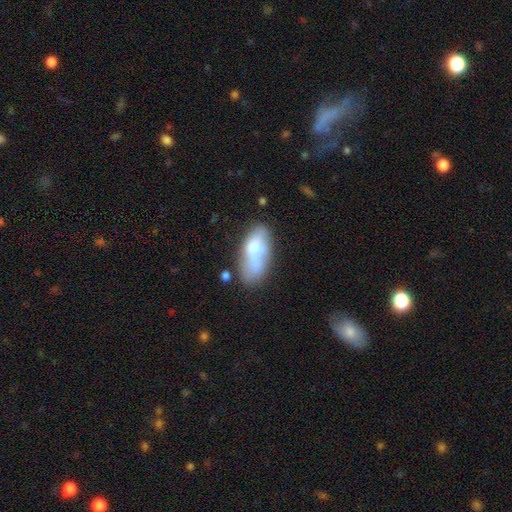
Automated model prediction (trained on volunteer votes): Smooth or featured? smooth (64%)
How rounded? in between (87%)
Merging? none (45%)